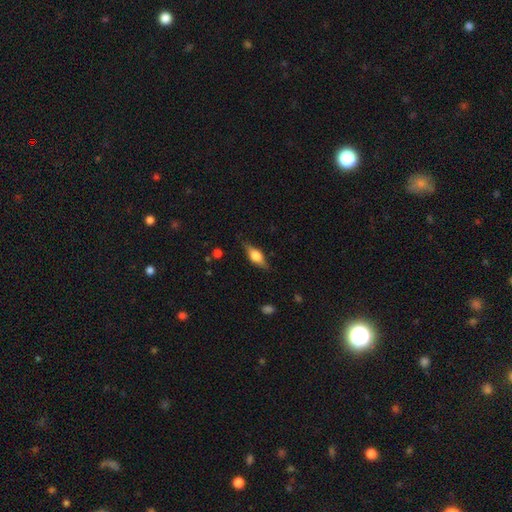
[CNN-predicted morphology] Smooth or featured? featured or disk (50%)
Edge-on disk? yes (92%)
Merging? none (80%)